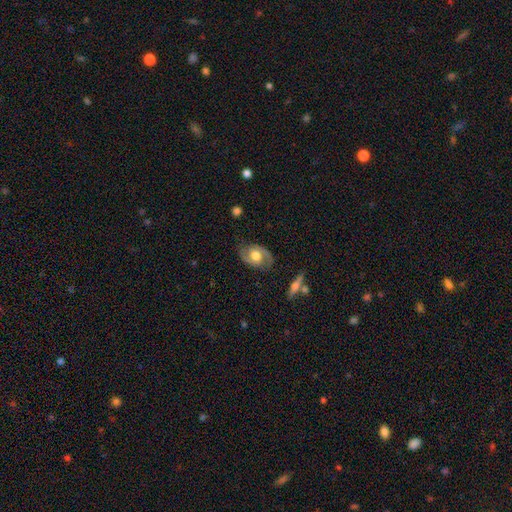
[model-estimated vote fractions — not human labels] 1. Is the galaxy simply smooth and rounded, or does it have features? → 70% featured or disk, 24% smooth, 6% star or artifact.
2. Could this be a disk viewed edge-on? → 95% no, 5% yes.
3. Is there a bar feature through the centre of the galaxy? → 65% no, 28% weak, 6% strong.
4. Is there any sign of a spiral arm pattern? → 87% yes, 13% no.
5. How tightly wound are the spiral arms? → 51% medium, 26% tight, 23% loose.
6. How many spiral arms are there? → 90% 2, 5% can't tell, 2% 1, 1% 3, 1% 4, 1% more than 4.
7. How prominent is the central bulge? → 61% moderate, 30% large, 6% small, 2% dominant, 1% none.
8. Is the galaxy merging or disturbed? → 80% none, 15% minor disturbance, 4% major disturbance, 1% merger.